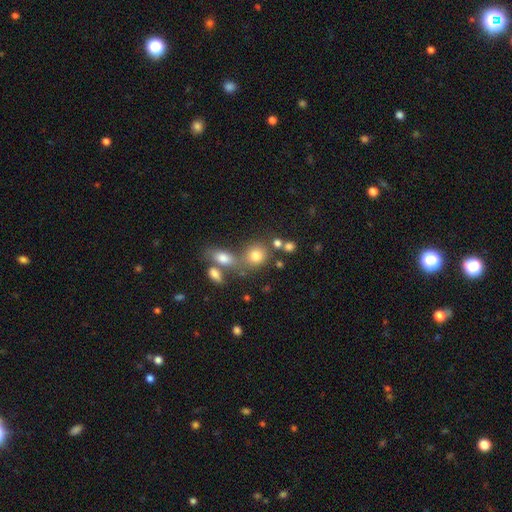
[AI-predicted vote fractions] smooth-or-featured: smooth: 76% | star or artifact: 13% | featured or disk: 11%
  how-rounded: round: 68% | in between: 30% | cigar-shaped: 2%
  merging: none: 52% | merger: 32% | minor disturbance: 11% | major disturbance: 6%